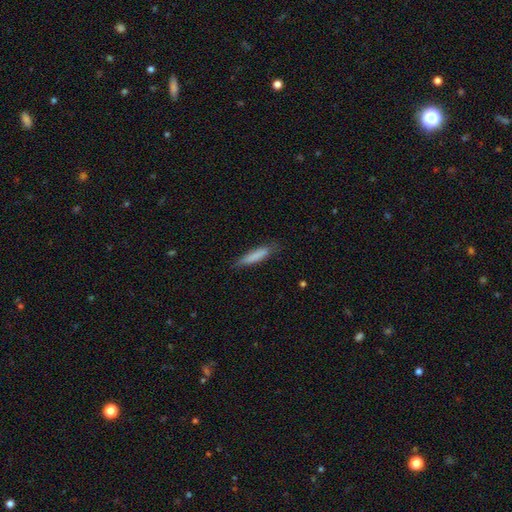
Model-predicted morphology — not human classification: Smooth or featured?
  - smooth: 79% *
  - featured or disk: 14%
  - star or artifact: 6%
How rounded?
  - cigar-shaped: 84% *
  - in between: 15%
  - round: 1%
Merging?
  - none: 76% *
  - minor disturbance: 19%
  - major disturbance: 4%
  - merger: 1%